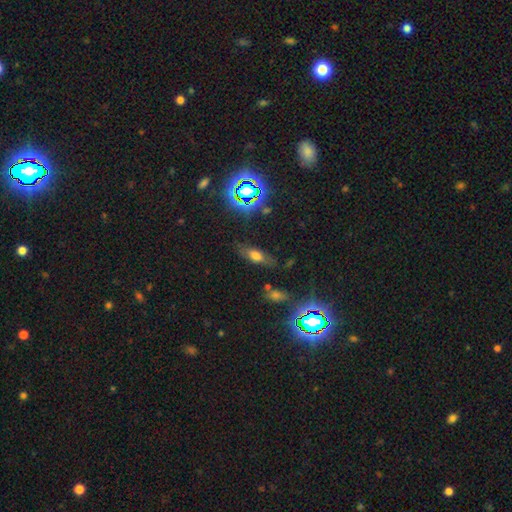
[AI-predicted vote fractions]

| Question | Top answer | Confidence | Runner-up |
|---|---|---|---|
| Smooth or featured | smooth | 59% | featured or disk (21%) |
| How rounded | in between | 67% | cigar-shaped (27%) |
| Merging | none | 73% | minor disturbance (17%) |